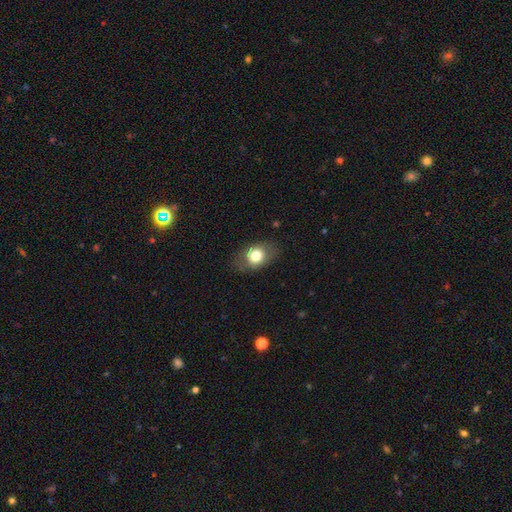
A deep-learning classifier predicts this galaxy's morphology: type=smooth (74%); roundness=in between (65%); merging=none (78%).